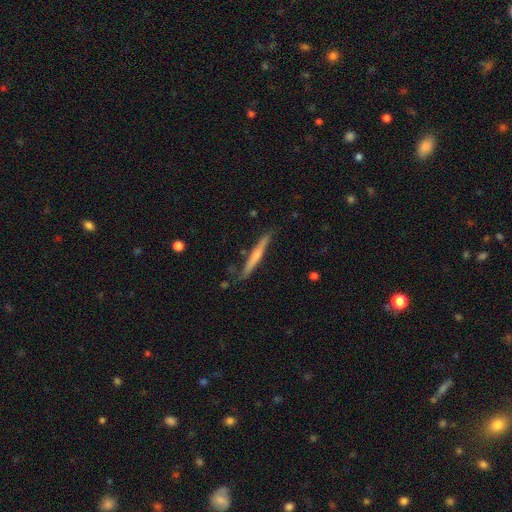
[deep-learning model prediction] Q: Smooth or featured?
A: featured or disk (51%); runner-up: smooth (43%)
Q: Edge-on disk?
A: yes (96%); runner-up: no (4%)
Q: Merging?
A: none (80%); runner-up: minor disturbance (15%)